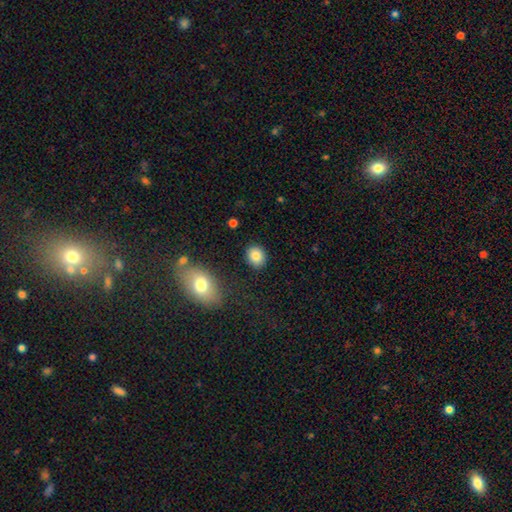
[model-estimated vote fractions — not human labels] Smooth or featured? smooth (84%)
How rounded? round (61%)
Merging? none (88%)